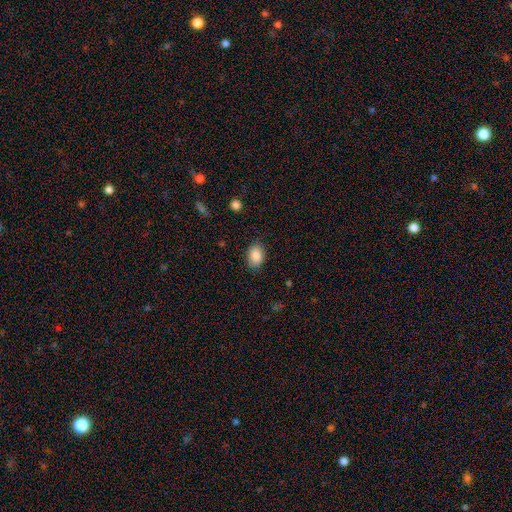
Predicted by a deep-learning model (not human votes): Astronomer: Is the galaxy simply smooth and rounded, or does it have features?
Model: smooth — 88%.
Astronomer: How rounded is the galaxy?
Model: in between — 79%.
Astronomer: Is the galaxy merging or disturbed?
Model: none — 83%.